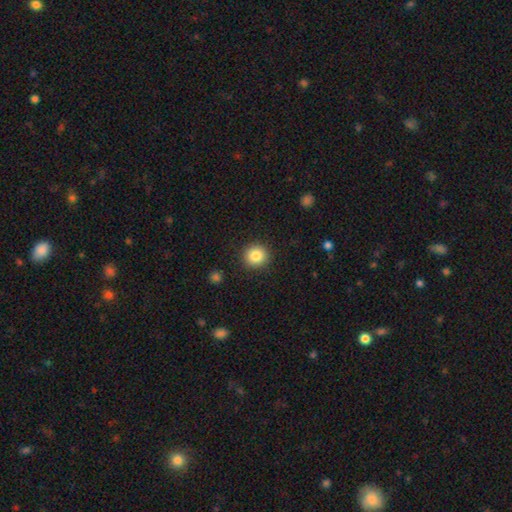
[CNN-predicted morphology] A smooth galaxy with no disk features (84%) that is round (92%). Merging: none (91%).